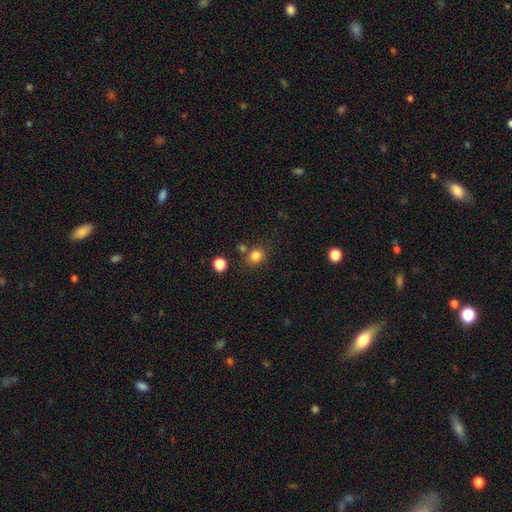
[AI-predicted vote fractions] smooth 82%, star or artifact 12%, featured or disk 5%. Down the decision tree: how rounded — round (70%); merging — none (74%).